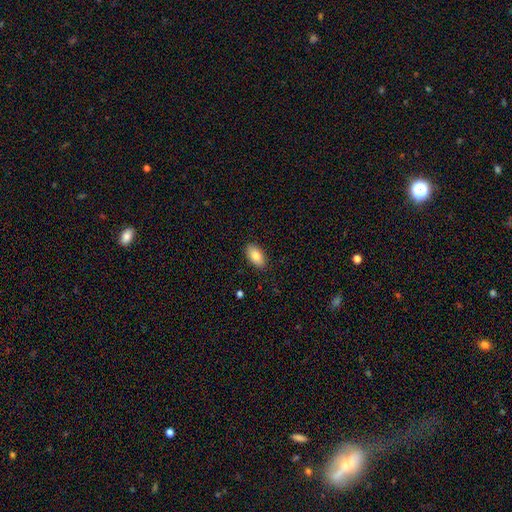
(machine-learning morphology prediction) type=smooth (84%); roundness=in between (93%); merging=none (89%).